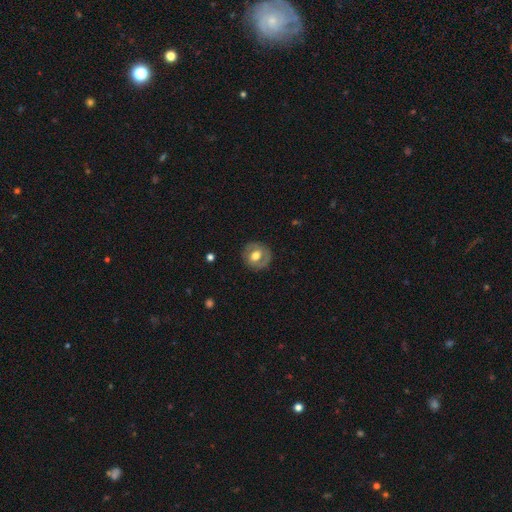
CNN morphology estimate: smooth 47%, featured or disk 46%, star or artifact 7%. Down the decision tree: merging — none (84%).